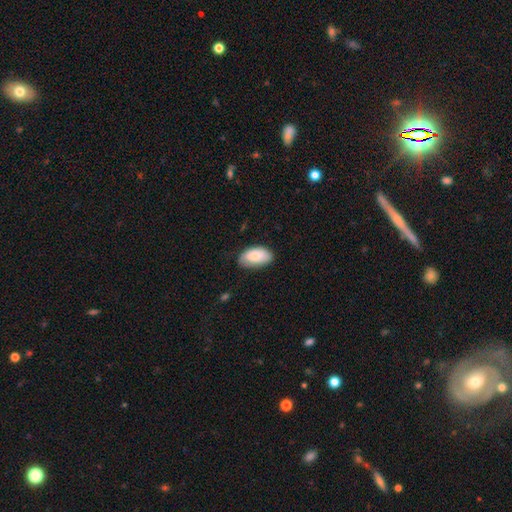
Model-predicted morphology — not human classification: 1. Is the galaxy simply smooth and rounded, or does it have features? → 84% smooth, 10% featured or disk, 6% star or artifact.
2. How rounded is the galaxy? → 95% in between, 3% round, 2% cigar-shaped.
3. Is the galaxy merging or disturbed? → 69% none, 25% minor disturbance, 5% major disturbance, 1% merger.